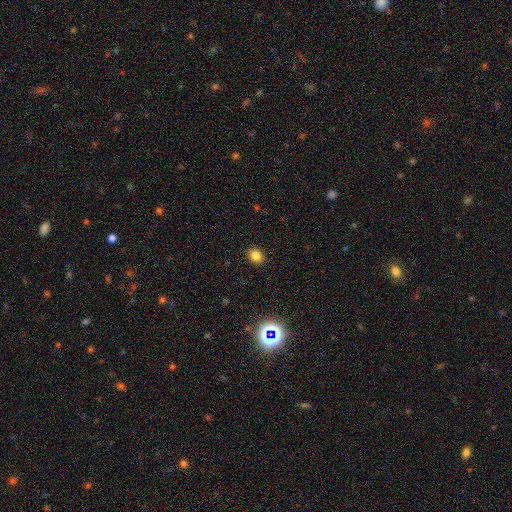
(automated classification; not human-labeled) smooth 82%, star or artifact 12%, featured or disk 5%. Down the decision tree: how rounded — in between (50%); merging — none (90%).